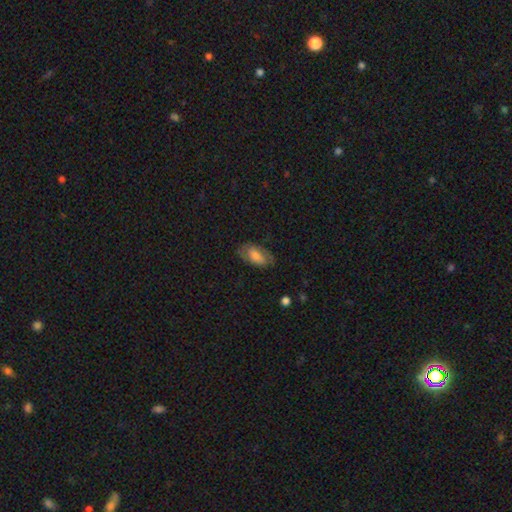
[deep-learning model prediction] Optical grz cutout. It shows a smooth galaxy with no disk features (63%) that is in between round and cigar-shaped (91%). Merging: none (72%).